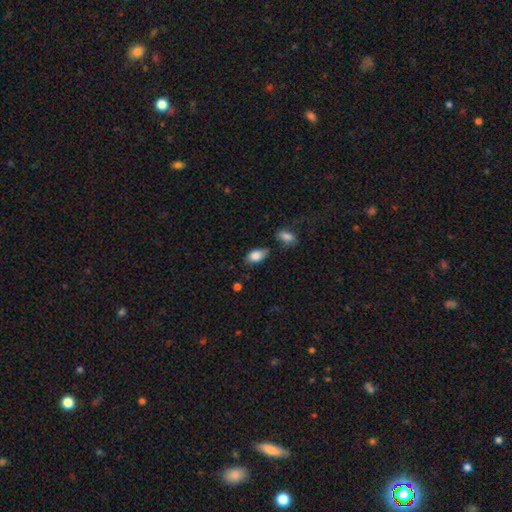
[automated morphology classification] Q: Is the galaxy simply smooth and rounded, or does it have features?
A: smooth — 85%.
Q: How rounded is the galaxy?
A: in between — 92%.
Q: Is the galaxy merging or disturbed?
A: none — 73%.